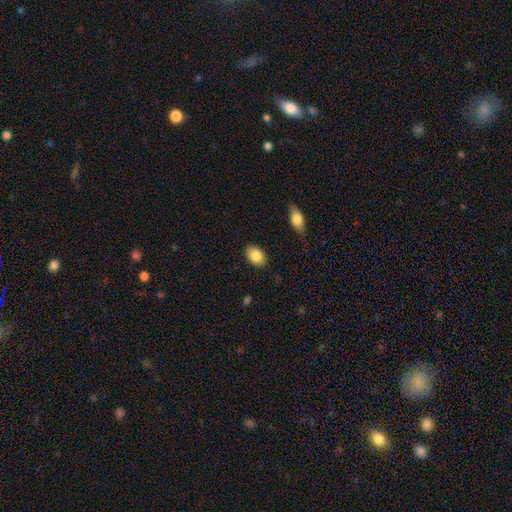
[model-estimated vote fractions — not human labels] A smooth galaxy with no disk features (85%) that is in between round and cigar-shaped (84%). Merging: none (88%).